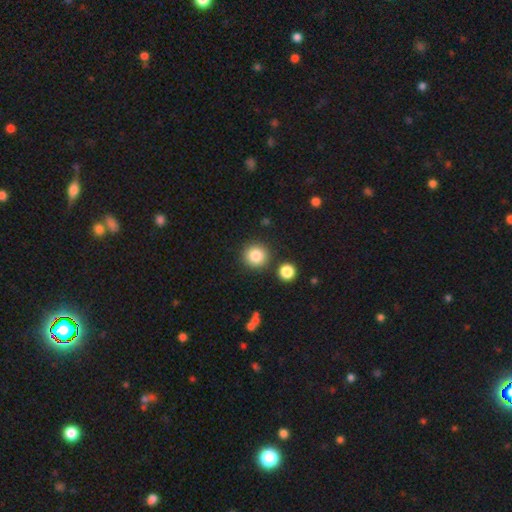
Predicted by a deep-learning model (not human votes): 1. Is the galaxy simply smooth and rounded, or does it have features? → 85% smooth, 10% star or artifact, 6% featured or disk.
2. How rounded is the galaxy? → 94% round, 5% in between, 1% cigar-shaped.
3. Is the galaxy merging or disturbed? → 86% none, 6% minor disturbance, 5% merger, 2% major disturbance.